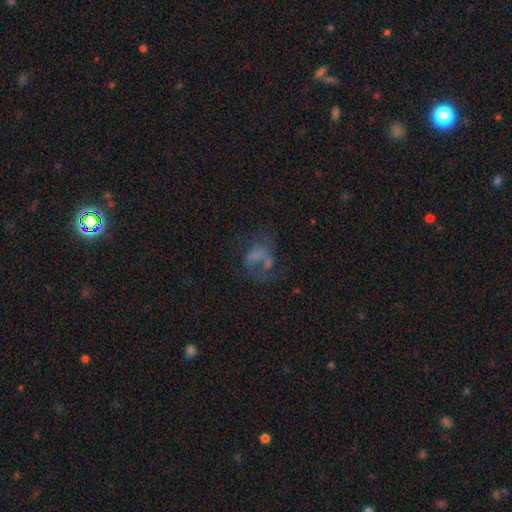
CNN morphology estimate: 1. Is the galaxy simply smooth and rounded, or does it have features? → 36% star or artifact, 34% featured or disk, 30% smooth.